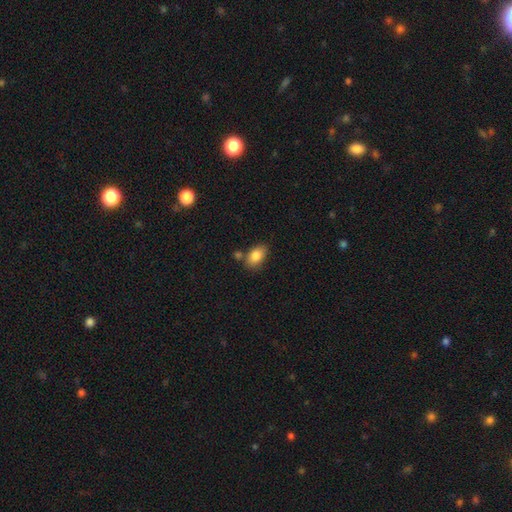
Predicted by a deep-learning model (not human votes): smooth_or_featured: smooth (p=0.85) [alt: featured or disk p=0.08]
how_rounded: in between (p=0.89) [alt: round p=0.09]
merging: none (p=0.68) [alt: minor disturbance p=0.16]